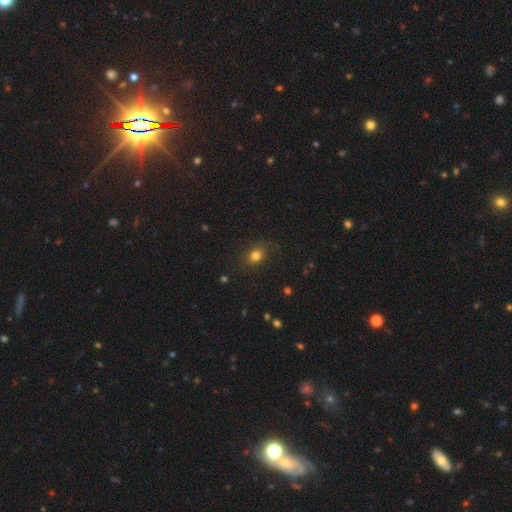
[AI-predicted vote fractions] smooth-or-featured: smooth: 79% | star or artifact: 14% | featured or disk: 7%
  how-rounded: round: 51% | in between: 48% | cigar-shaped: 1%
  merging: none: 85% | minor disturbance: 11% | major disturbance: 3% | merger: 1%